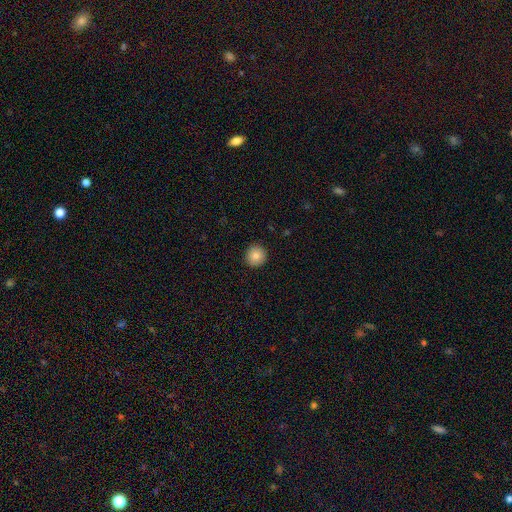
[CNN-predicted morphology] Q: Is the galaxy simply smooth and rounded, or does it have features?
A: smooth — 84%.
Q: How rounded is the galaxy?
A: round — 95%.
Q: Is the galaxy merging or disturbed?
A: none — 92%.